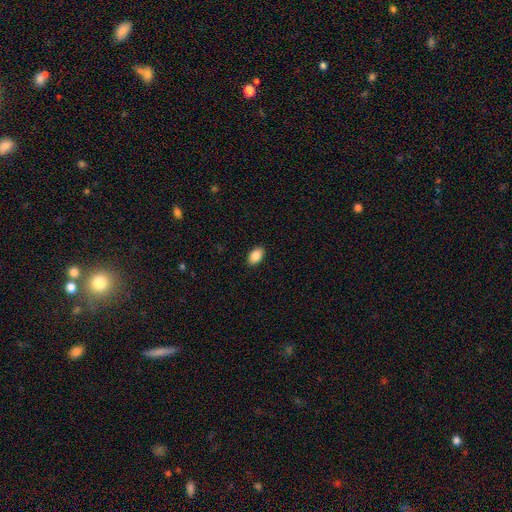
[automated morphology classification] The model was most divided on "smooth or featured": smooth: 87%, star or artifact: 8%, featured or disk: 5%. More confident: how rounded — in between (91%); merging — none (90%).